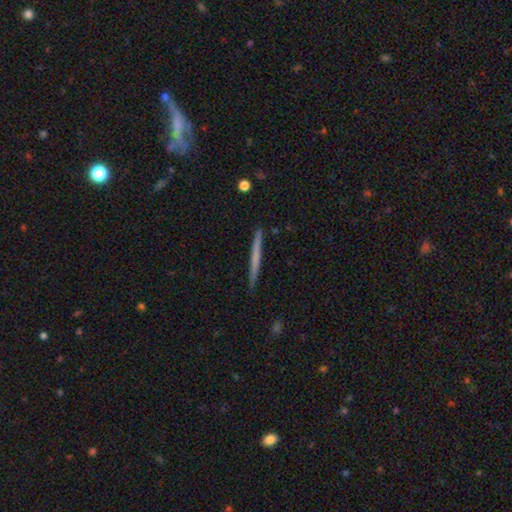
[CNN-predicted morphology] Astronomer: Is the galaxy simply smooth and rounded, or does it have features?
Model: smooth — 52% (runner-up: featured or disk, 43%).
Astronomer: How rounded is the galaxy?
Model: cigar-shaped — 97%.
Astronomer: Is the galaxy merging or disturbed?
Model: none — 91%.